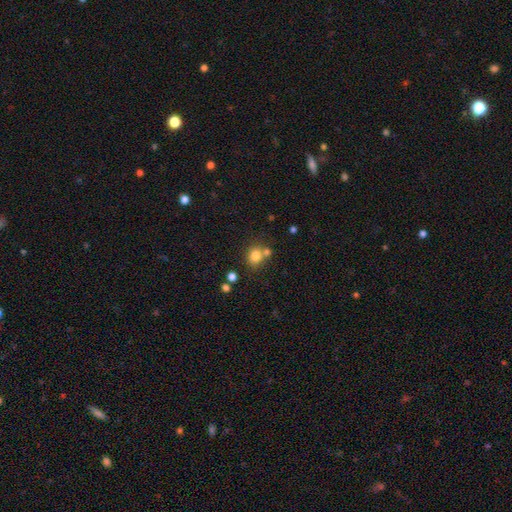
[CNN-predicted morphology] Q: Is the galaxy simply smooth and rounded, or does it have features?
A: smooth — 80%.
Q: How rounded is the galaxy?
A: round — 74%.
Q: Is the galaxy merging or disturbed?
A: none — 60%.